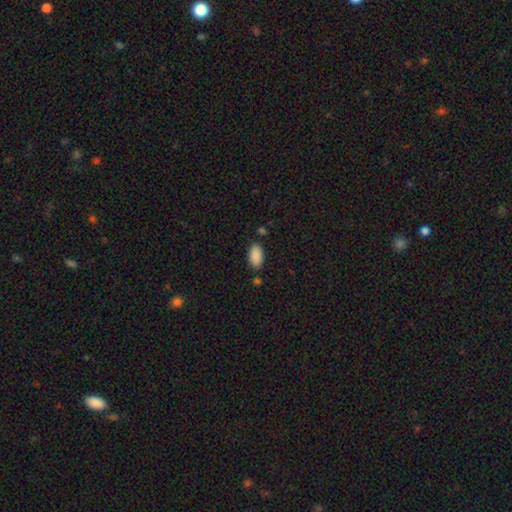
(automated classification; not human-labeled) Overall: smooth (90%). How rounded: in between (94%). Merging: none (82%).